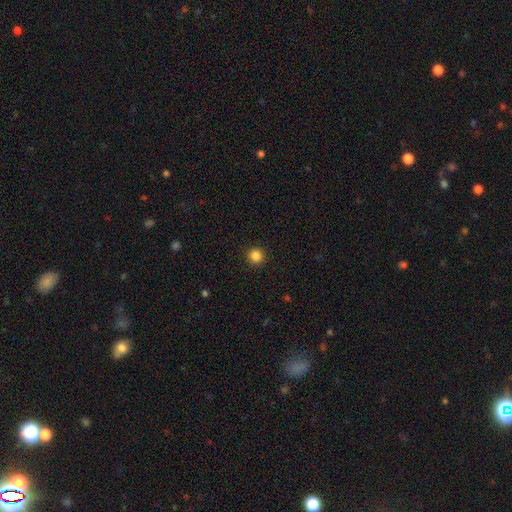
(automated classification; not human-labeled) Smooth or featured? smooth (85%)
How rounded? round (94%)
Merging? none (92%)